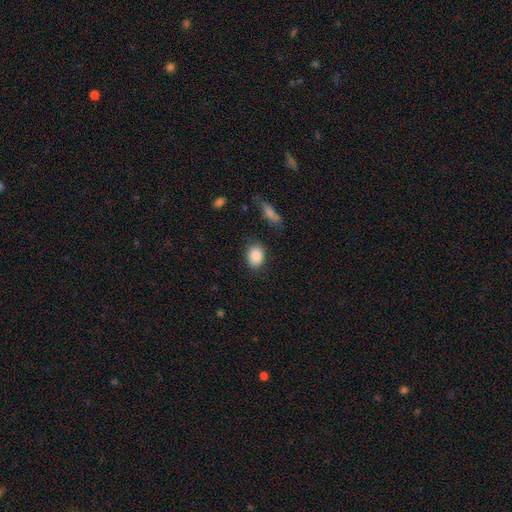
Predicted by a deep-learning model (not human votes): smooth-or-featured: smooth: 88% | star or artifact: 8% | featured or disk: 4%
  how-rounded: in between: 65% | round: 34% | cigar-shaped: 1%
  merging: none: 81% | minor disturbance: 13% | major disturbance: 3% | merger: 3%